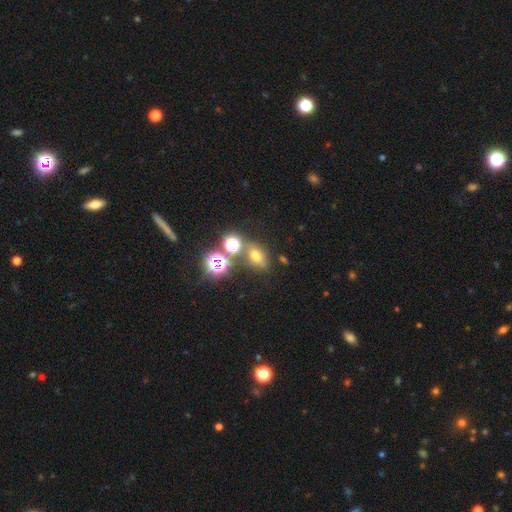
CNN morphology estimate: Overall: smooth (58%; star or artifact 30%). How rounded: in between (62%; round 35%). Merging: none (63%).